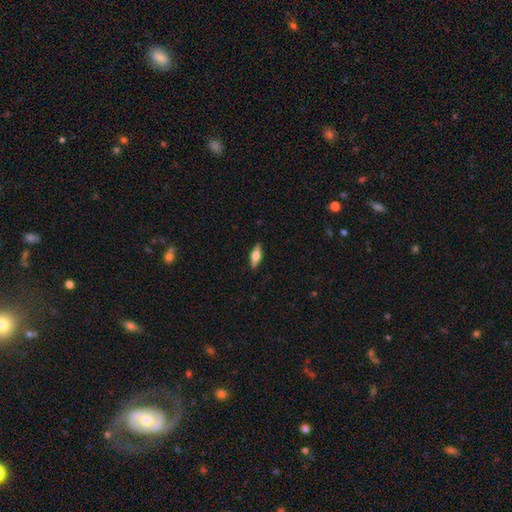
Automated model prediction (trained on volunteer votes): Smooth or featured? smooth (50%)
How rounded? in between (59%)
Merging? none (89%)